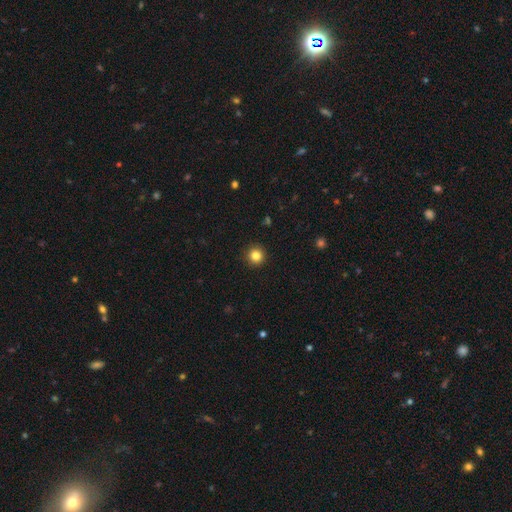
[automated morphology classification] This appears to be a smooth galaxy with no disk features (83%) that is round (95%). Merging: none (93%).